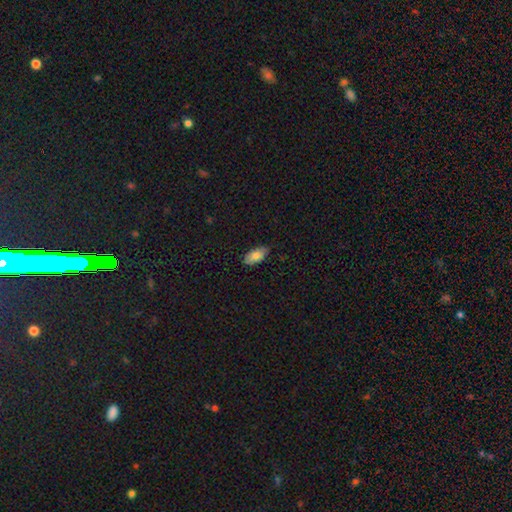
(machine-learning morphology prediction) Smooth or featured? Predicted: smooth (p=0.81). How rounded? Predicted: in between (p=0.93). Merging? Predicted: none (p=0.78).